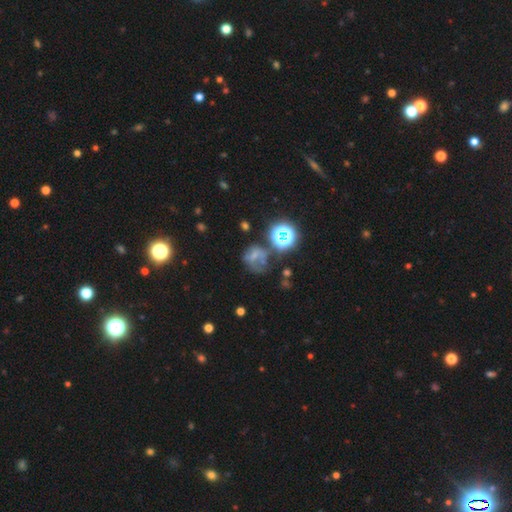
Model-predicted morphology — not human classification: smooth-or-featured: smooth: 41% | featured or disk: 30% | star or artifact: 29%
  merging: none: 35% | major disturbance: 31% | minor disturbance: 21% | merger: 13%